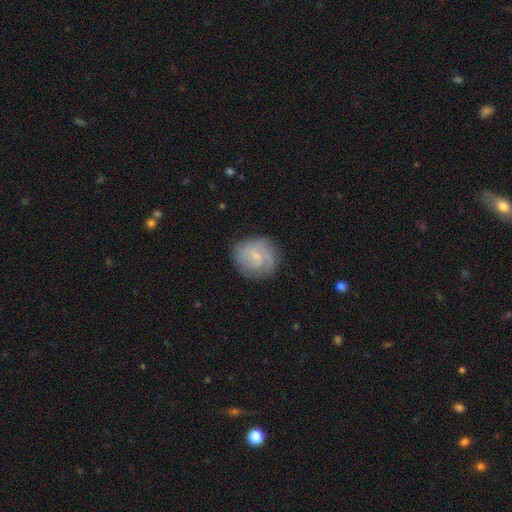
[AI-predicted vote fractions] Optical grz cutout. It shows a featured or disk galaxy (61%) with a weak bar (55%), 2 (38%) tight (46%) spiral arms (87%) and a small central bulge (66%). Merging: none (77%).